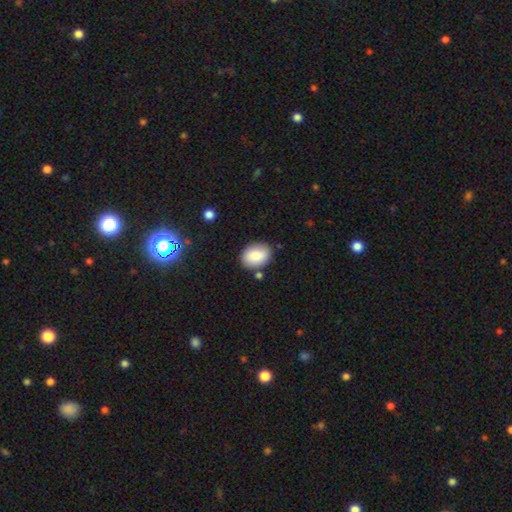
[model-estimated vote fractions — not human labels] smooth_or_featured: smooth (p=0.85) [alt: featured or disk p=0.08]
how_rounded: in between (p=0.74) [alt: round p=0.25]
merging: none (p=0.78) [alt: minor disturbance p=0.13]